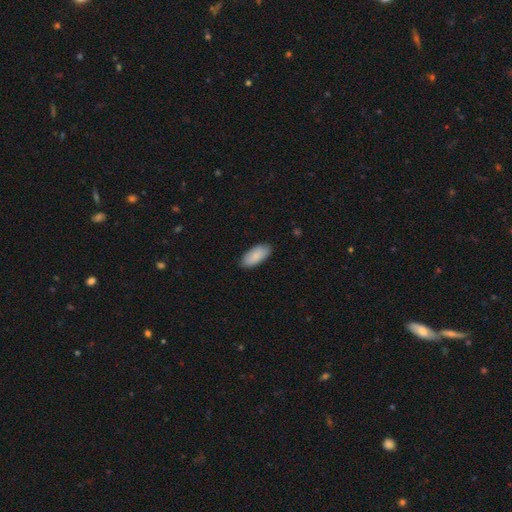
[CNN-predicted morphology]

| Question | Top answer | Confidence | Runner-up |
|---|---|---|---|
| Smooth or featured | smooth | 88% | featured or disk (7%) |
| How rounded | in between | 91% | cigar-shaped (8%) |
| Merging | none | 85% | minor disturbance (12%) |